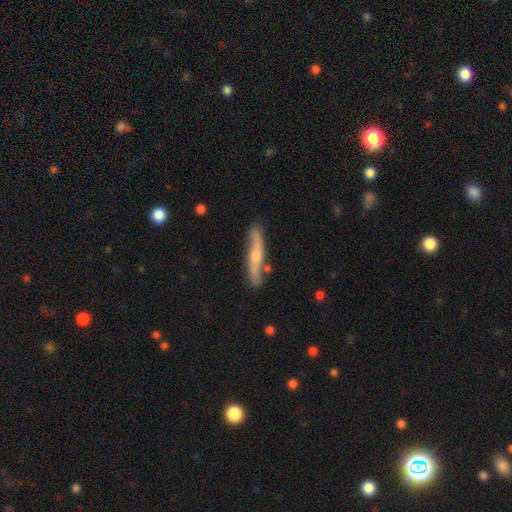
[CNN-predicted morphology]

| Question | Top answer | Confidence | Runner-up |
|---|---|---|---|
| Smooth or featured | featured or disk | 58% | smooth (36%) |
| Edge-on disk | yes | 67% | no (33%) |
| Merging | none | 77% | minor disturbance (16%) |